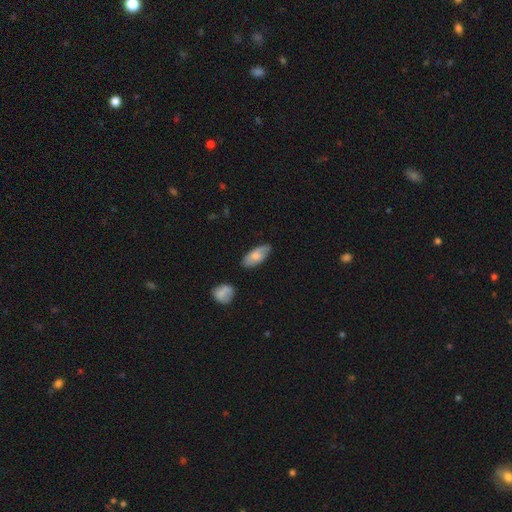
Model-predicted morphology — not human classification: The model was most divided on "smooth or featured": smooth: 73%, featured or disk: 21%, star or artifact: 6%. More confident: how rounded — in between (87%); merging — none (77%).